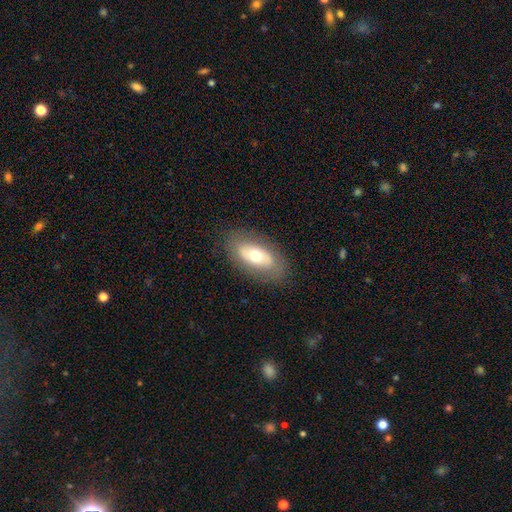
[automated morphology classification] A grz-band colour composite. It shows a smooth galaxy with no disk features (55%) that is in between round and cigar-shaped (89%). Merging: none (83%).